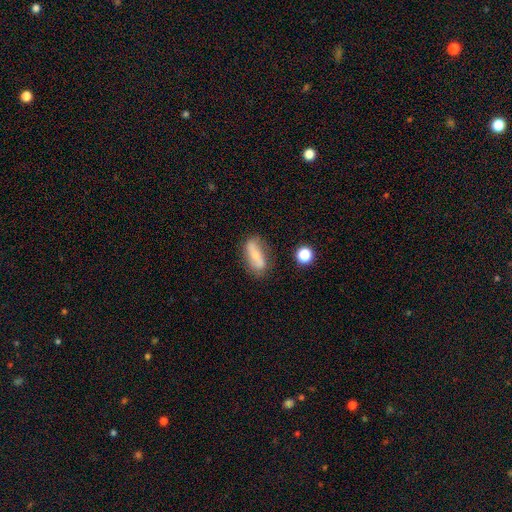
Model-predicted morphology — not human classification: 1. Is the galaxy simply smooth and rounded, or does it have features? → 55% smooth, 36% featured or disk, 9% star or artifact.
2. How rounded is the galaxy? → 69% in between, 26% cigar-shaped, 5% round.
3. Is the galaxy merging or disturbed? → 68% none, 21% minor disturbance, 6% major disturbance, 5% merger.